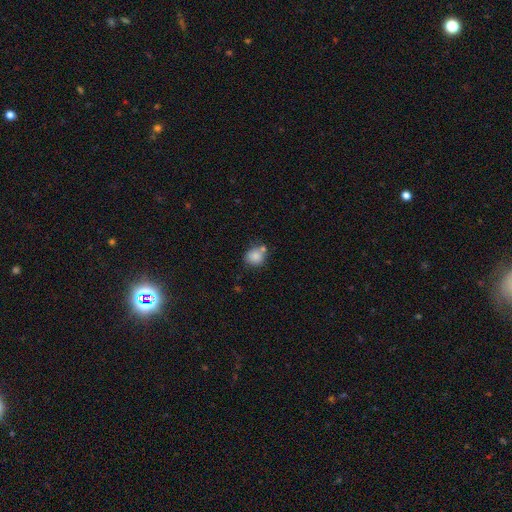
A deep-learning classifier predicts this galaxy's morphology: type=smooth (83%); roundness=round (79%); merging=none (59%).